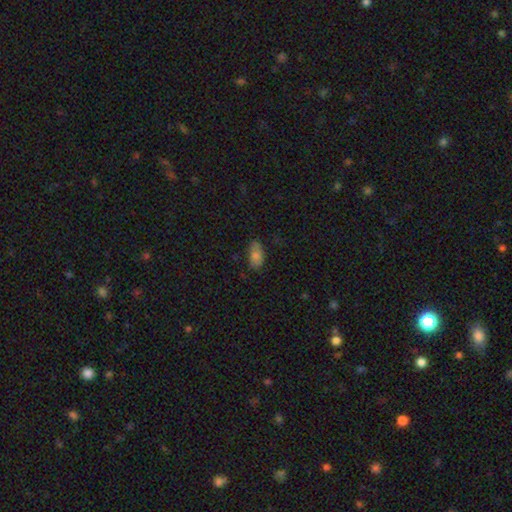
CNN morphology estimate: This is likely a smooth galaxy (79%). How rounded: clearly in between (91%). Merging: likely none (69%).